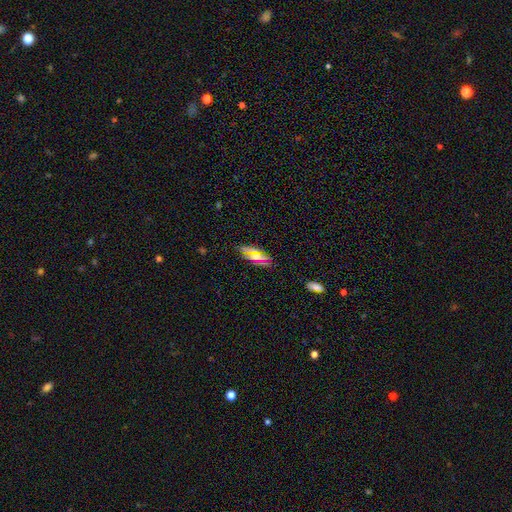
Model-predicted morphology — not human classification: Smooth or featured? smooth (57%)
How rounded? in between (75%)
Merging? none (84%)